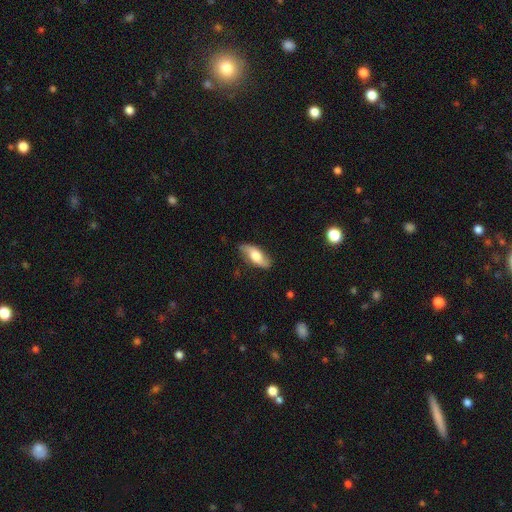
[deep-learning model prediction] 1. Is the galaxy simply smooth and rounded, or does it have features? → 48% featured or disk, 46% smooth, 7% star or artifact.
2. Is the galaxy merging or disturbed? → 79% none, 16% minor disturbance, 4% major disturbance, 1% merger.